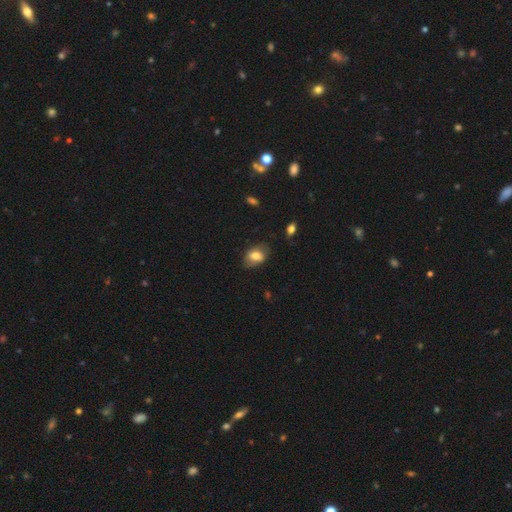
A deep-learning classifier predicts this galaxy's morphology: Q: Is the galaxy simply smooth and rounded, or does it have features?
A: smooth — 71%.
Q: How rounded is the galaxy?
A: in between — 78%.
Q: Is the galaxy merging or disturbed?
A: none — 69%.